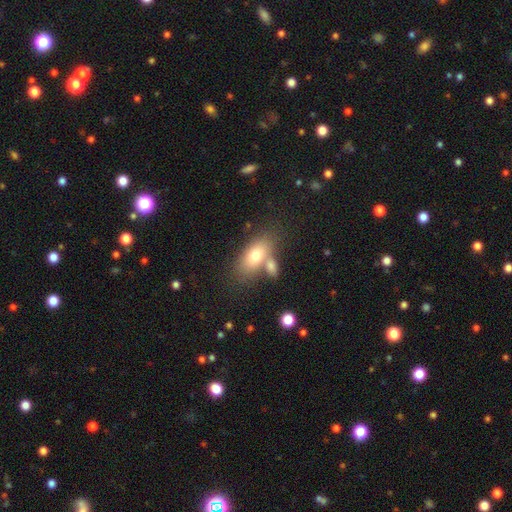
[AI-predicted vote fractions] This appears to be a smooth galaxy with no disk features (72%) that is in between round and cigar-shaped (85%). Merging: none (49%).